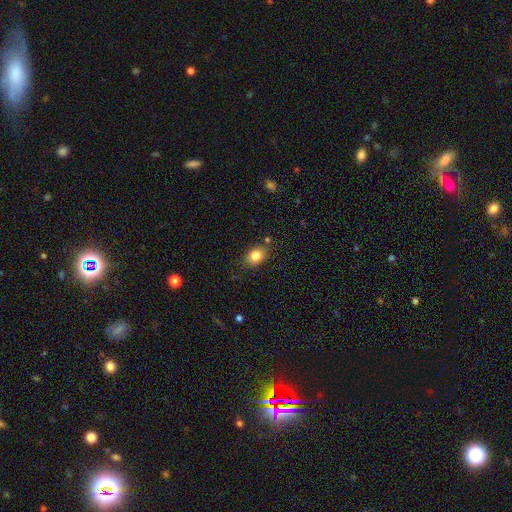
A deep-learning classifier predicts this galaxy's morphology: Overall: smooth (83%). How rounded: in between (66%; round 32%). Merging: none (78%).